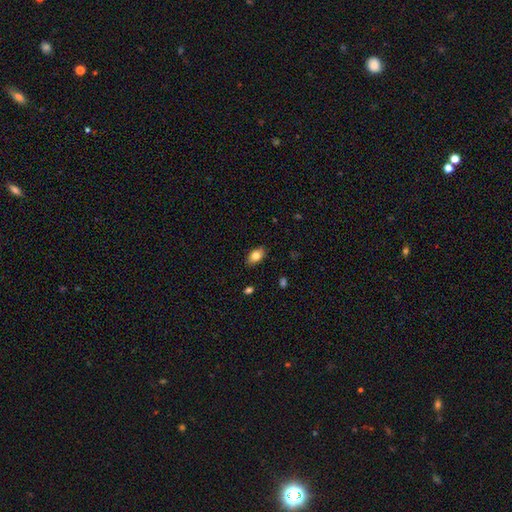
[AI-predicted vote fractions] smooth_or_featured: smooth (p=0.78) [alt: featured or disk p=0.14]
how_rounded: in between (p=0.88) [alt: round p=0.10]
merging: none (p=0.86) [alt: minor disturbance p=0.10]